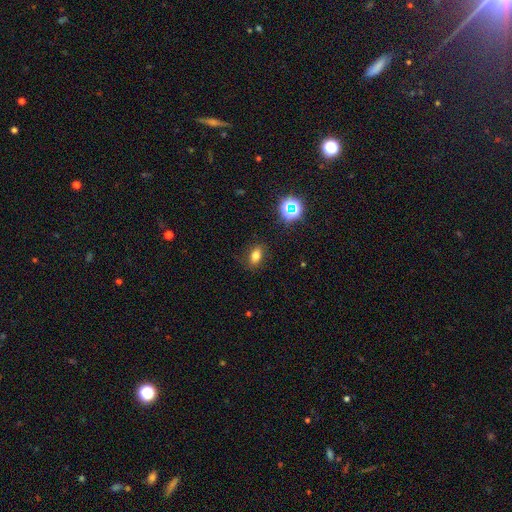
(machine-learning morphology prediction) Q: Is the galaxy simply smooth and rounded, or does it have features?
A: smooth — 75%.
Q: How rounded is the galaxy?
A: in between — 81%.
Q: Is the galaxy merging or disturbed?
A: none — 85%.